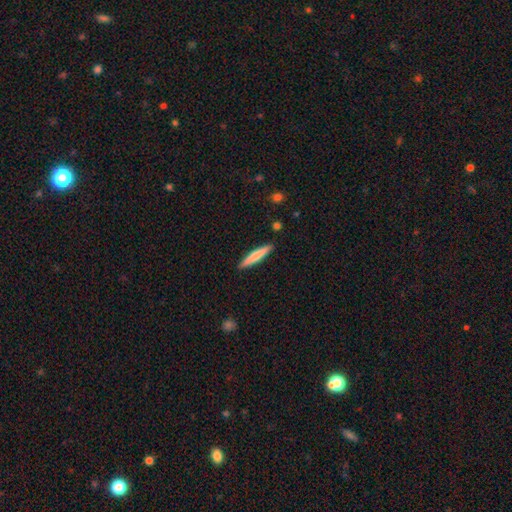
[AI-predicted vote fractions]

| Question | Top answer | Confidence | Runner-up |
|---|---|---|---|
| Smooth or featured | smooth | 69% | featured or disk (26%) |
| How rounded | cigar-shaped | 93% | in between (6%) |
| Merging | none | 90% | minor disturbance (7%) |